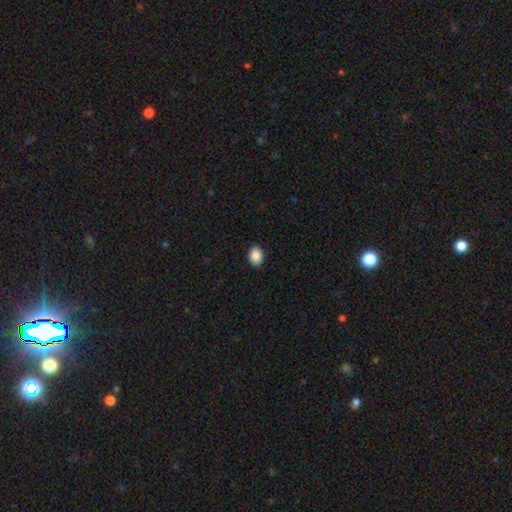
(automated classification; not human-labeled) Q: Smooth or featured?
A: smooth (89%); runner-up: star or artifact (7%)
Q: How rounded?
A: in between (77%); runner-up: round (22%)
Q: Merging?
A: none (90%); runner-up: minor disturbance (8%)